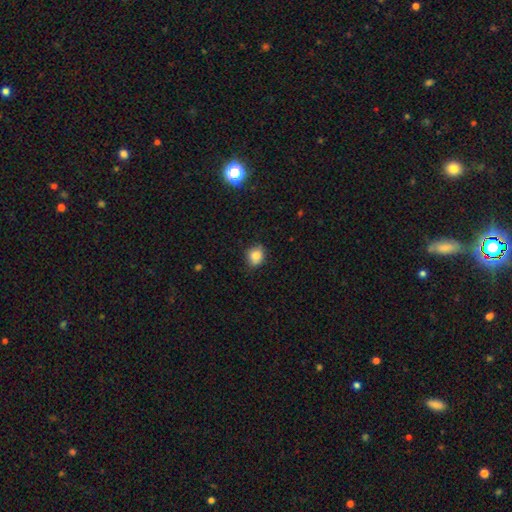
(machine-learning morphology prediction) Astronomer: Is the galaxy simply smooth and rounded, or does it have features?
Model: smooth — 83%.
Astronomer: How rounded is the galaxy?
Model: round — 68%.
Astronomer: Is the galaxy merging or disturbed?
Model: none — 79%.